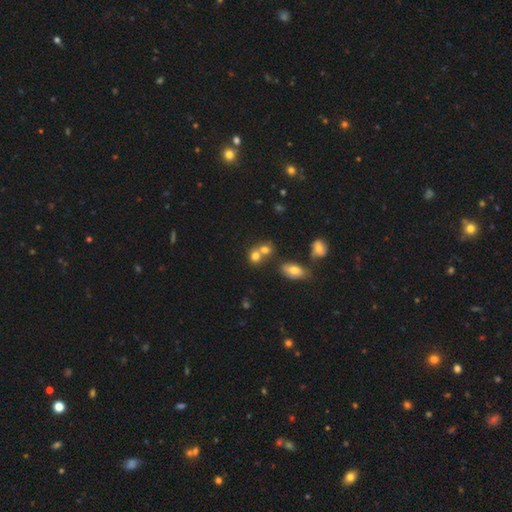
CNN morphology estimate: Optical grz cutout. It shows a smooth galaxy with no disk features (73%) that is round (67%). Merging: merger (49%).